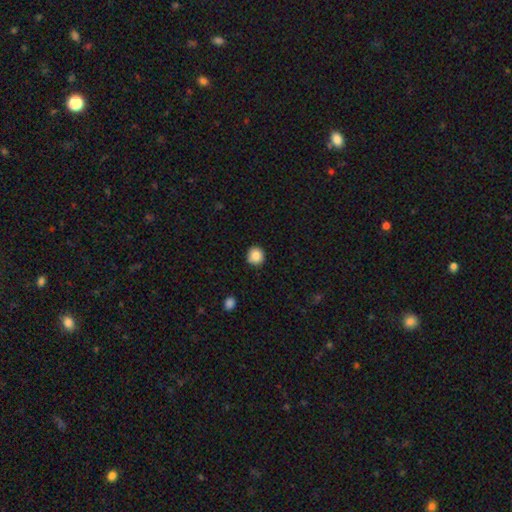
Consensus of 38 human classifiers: Smooth or featured? smooth (92%)
How rounded? round (94%)
Merging? none (89%)